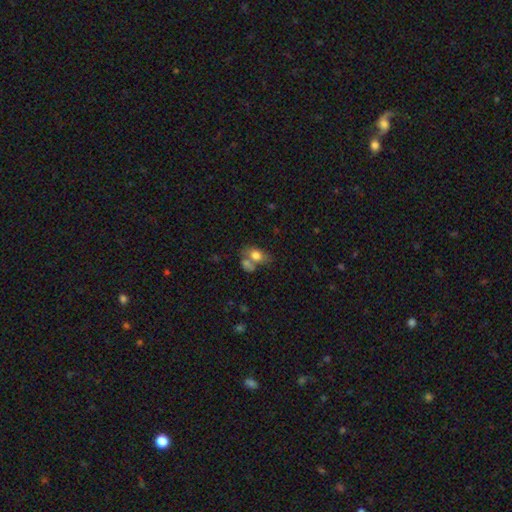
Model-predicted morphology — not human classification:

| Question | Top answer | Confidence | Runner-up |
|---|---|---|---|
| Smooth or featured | smooth | 76% | featured or disk (15%) |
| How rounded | in between | 81% | round (17%) |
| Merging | merger | 46% | none (34%) |